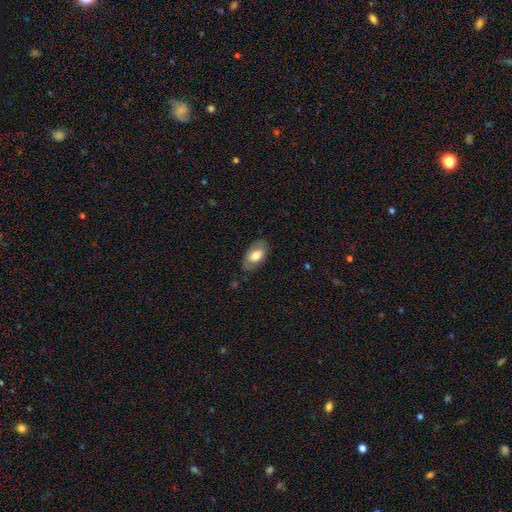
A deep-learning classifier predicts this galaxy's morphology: Smooth or featured?
  - smooth: 66% *
  - featured or disk: 28%
  - star or artifact: 6%
How rounded?
  - in between: 93% *
  - round: 4%
  - cigar-shaped: 3%
Merging?
  - none: 80% *
  - minor disturbance: 16%
  - major disturbance: 4%
  - merger: 1%